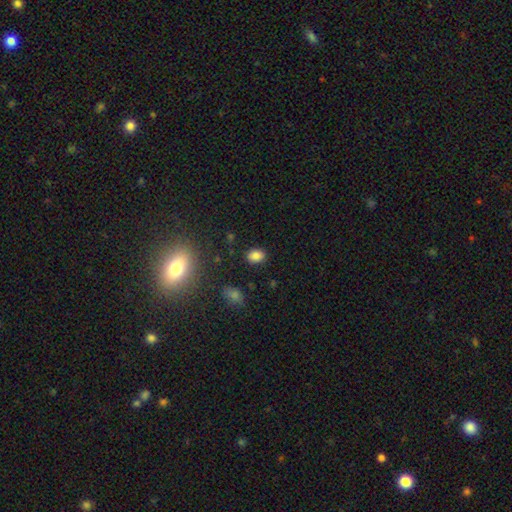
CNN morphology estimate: type=smooth (81%); roundness=in between (60%); merging=none (85%).